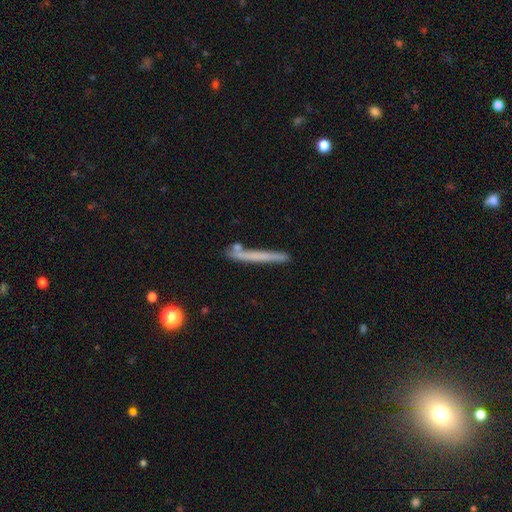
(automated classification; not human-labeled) smooth-or-featured: smooth: 54% | featured or disk: 38% | star or artifact: 8%
  how-rounded: cigar-shaped: 96% | in between: 2% | round: 2%
  merging: none: 76% | minor disturbance: 14% | merger: 7% | major disturbance: 3%